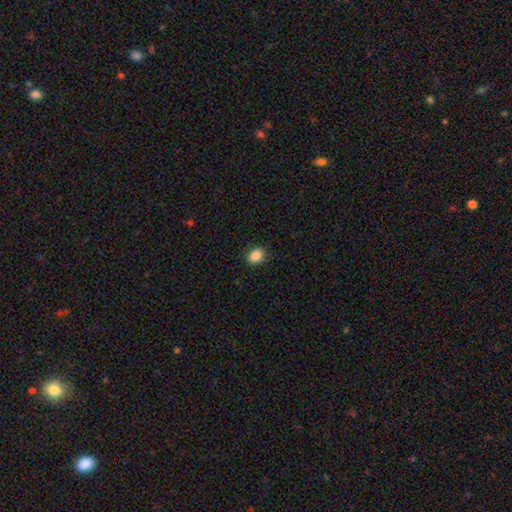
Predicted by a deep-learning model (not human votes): Morphology: type=smooth (88%); roundness=in between (63%); merging=none (89%).